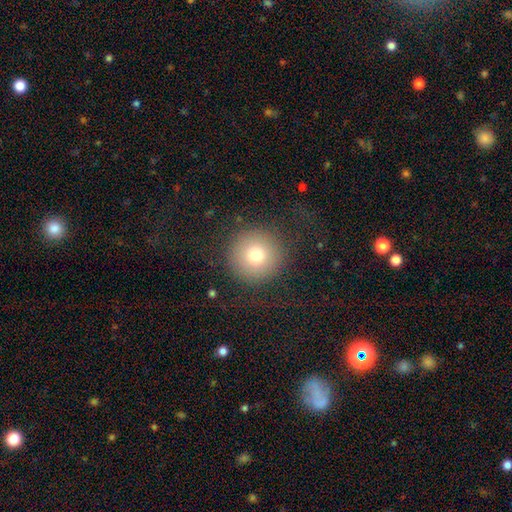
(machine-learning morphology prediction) Smooth or featured? Predicted: smooth (p=0.74). How rounded? Predicted: round (p=0.96). Merging? Predicted: none (p=0.87).